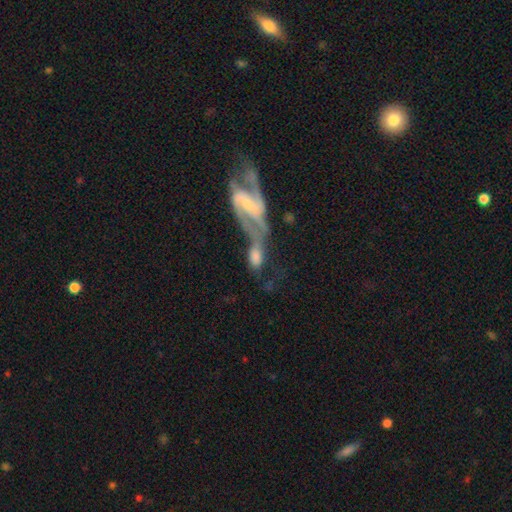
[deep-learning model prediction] Overall: featured or disk (68%). Edge-on disk: no (91%). Bar: weak (42%; no 35%). Spiral arms: yes (83%). Spiral arm count: 2 (84%). Spiral winding: loose (52%; medium 35%). Bulge size: small (47%; moderate 30%). Merging: merger (61%).